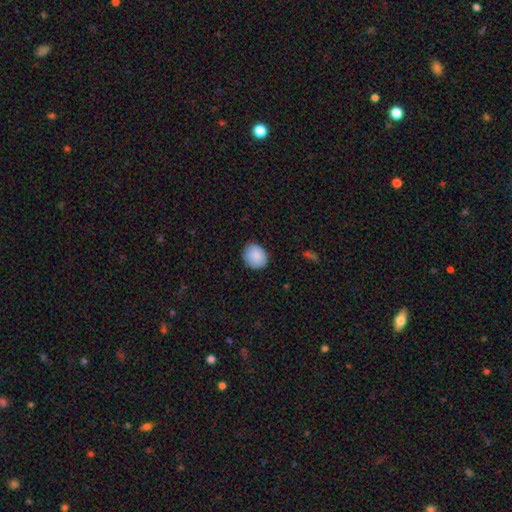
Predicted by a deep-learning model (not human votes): A smooth galaxy with no disk features (89%) that is round (66%).

Vote fractions:
- Smooth or featured? smooth: 89% / star or artifact: 7% / featured or disk: 4%
- How rounded? round: 66% / in between: 34% / cigar-shaped: 1%
- Merging? none: 85% / minor disturbance: 11% / major disturbance: 2% / merger: 1%